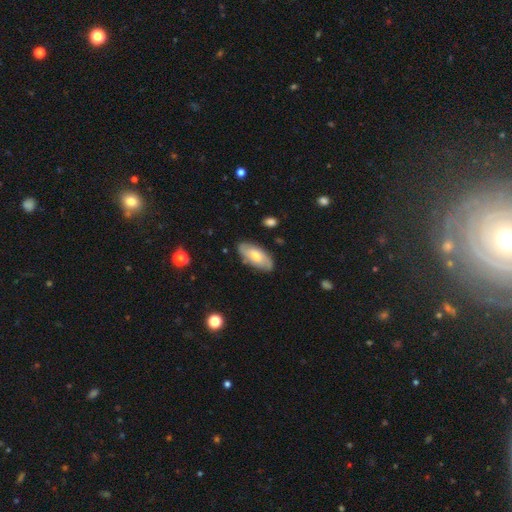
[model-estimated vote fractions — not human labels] The model was most divided on "smooth or featured": smooth: 54%, featured or disk: 40%, star or artifact: 6%. More confident: how rounded — in between (90%); merging — none (82%).